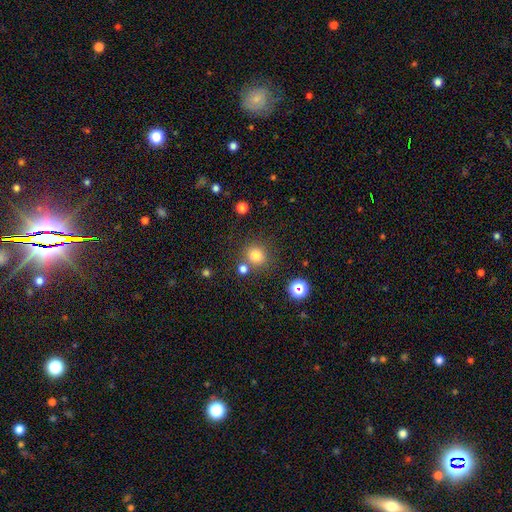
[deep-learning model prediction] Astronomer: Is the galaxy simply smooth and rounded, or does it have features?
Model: smooth — 78%.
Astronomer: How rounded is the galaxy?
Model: round — 89%.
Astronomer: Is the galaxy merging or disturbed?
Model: none — 76%.